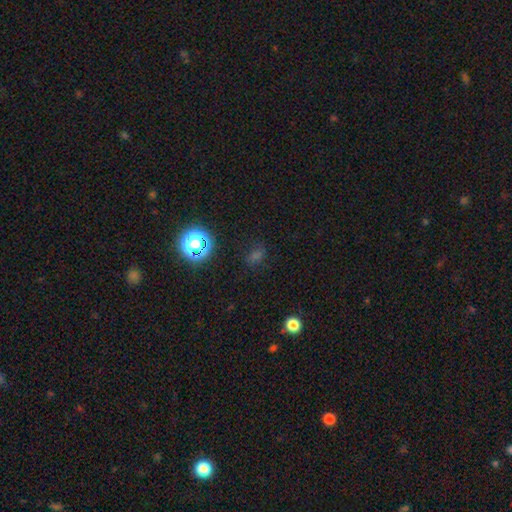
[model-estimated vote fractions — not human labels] smooth 47%, star or artifact 44%, featured or disk 9%. Down the decision tree: merging — none (77%).